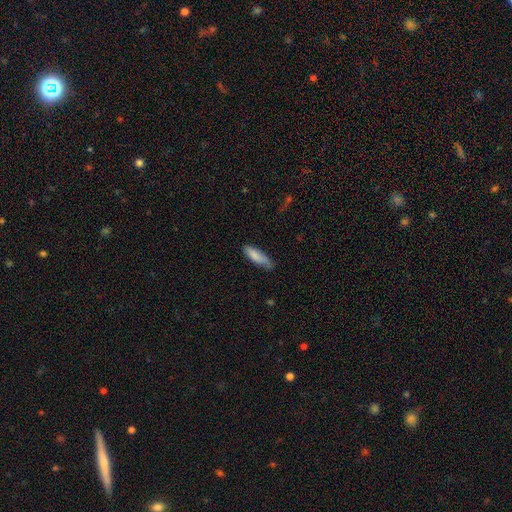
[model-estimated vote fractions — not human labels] Smooth or featured?
  - smooth: 85% *
  - featured or disk: 9%
  - star or artifact: 6%
How rounded?
  - cigar-shaped: 58% *
  - in between: 41%
  - round: 1%
Merging?
  - none: 64% *
  - minor disturbance: 29%
  - major disturbance: 5%
  - merger: 2%